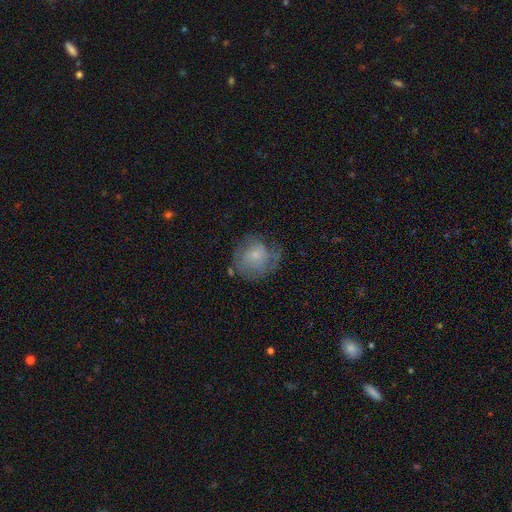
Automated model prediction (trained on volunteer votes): This is possibly a smooth galaxy (55%). How rounded: clearly round (81%). Merging: possibly none (51%).